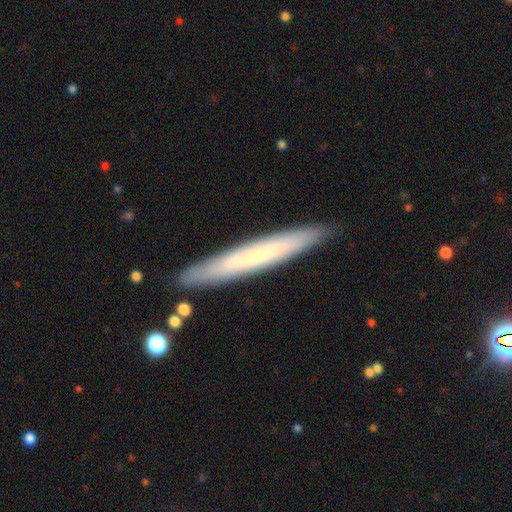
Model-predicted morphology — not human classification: smooth_or_featured: smooth (p=0.48) [alt: featured or disk p=0.45]
merging: none (p=0.89) [alt: minor disturbance p=0.08]